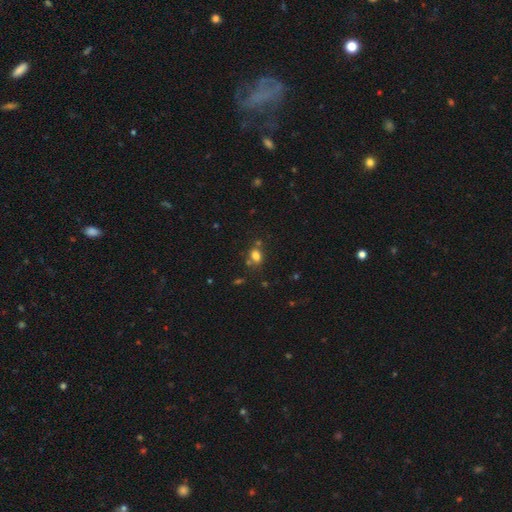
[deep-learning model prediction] This is likely a smooth galaxy (76%). How rounded: likely in between (67%). Merging: likely none (63%).